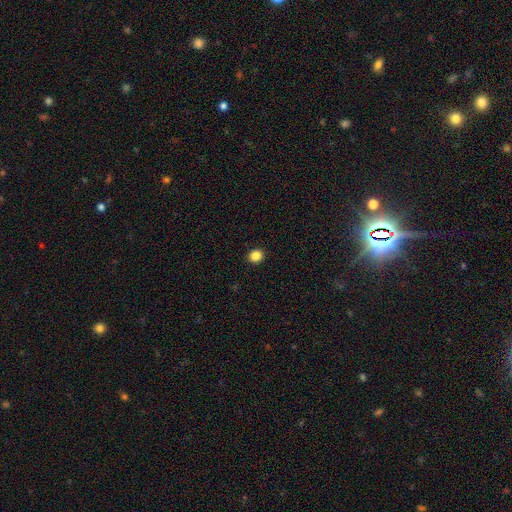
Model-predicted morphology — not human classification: type=smooth (86%); roundness=round (79%); merging=none (92%).